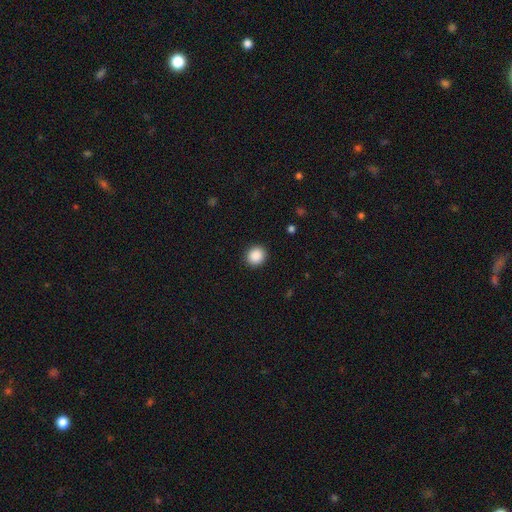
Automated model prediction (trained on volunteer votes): Overall: smooth (89%). How rounded: round (85%). Merging: none (91%).